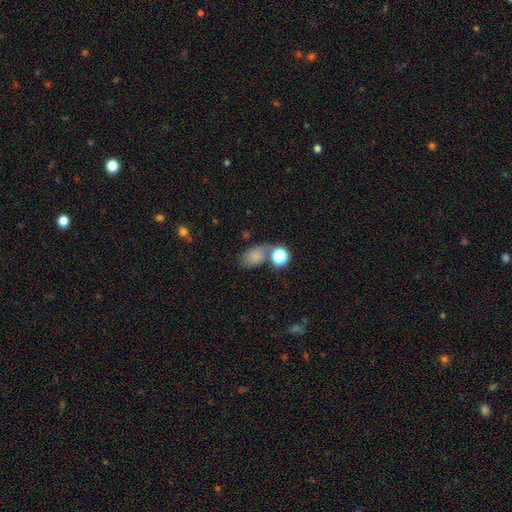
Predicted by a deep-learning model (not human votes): Morphology: type=smooth (75%); roundness=in between (78%); merging=none (55%).